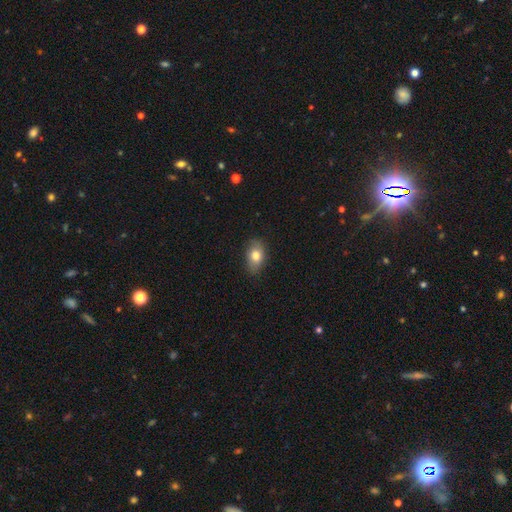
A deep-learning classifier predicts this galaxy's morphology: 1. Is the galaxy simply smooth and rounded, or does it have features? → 80% smooth, 13% featured or disk, 8% star or artifact.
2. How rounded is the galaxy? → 86% in between, 11% round, 2% cigar-shaped.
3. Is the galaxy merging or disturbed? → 82% none, 14% minor disturbance, 3% major disturbance, 1% merger.